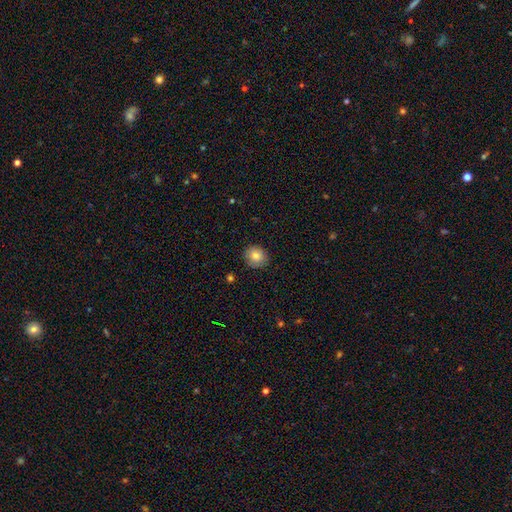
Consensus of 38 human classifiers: Smooth or featured: smooth — 82% (featured or disk — 11%)
How rounded: round — 84% (in between — 16%)
Merging: none — 89% (minor disturbance — 11%)